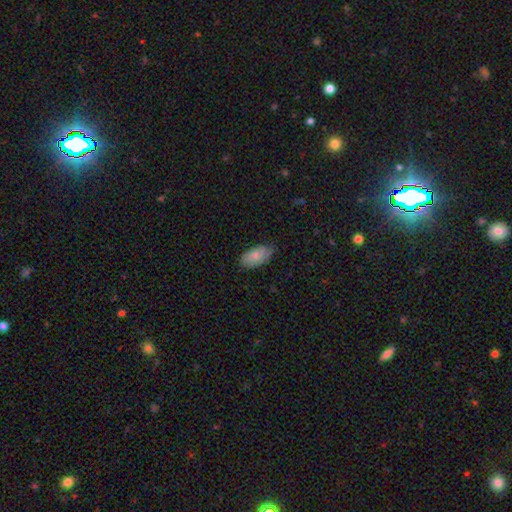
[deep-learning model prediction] A smooth galaxy with no disk features (78%) that is in between round and cigar-shaped (94%).

Vote fractions:
- Smooth or featured? smooth: 78% / featured or disk: 16% / star or artifact: 6%
- How rounded? in between: 94% / round: 3% / cigar-shaped: 3%
- Merging? none: 72% / minor disturbance: 24% / major disturbance: 3% / merger: 1%